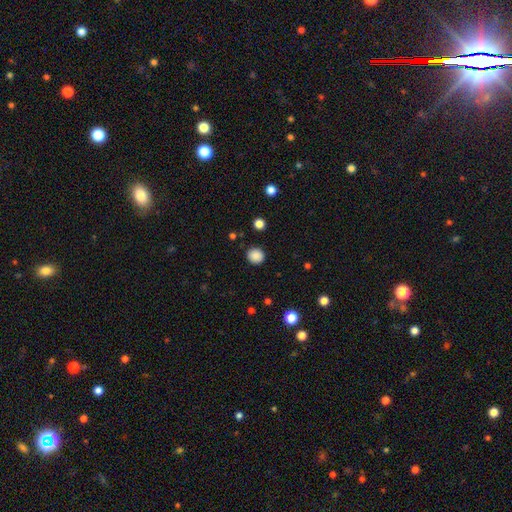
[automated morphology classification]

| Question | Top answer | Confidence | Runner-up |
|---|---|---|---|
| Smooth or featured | smooth | 87% | star or artifact (10%) |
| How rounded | round | 89% | in between (10%) |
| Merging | none | 90% | minor disturbance (7%) |